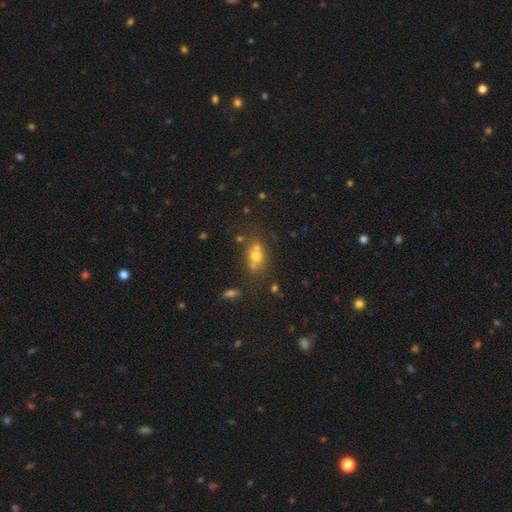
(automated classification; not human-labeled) This is likely a smooth galaxy (61%). How rounded: possibly round (50%). Merging: possibly none (48%).